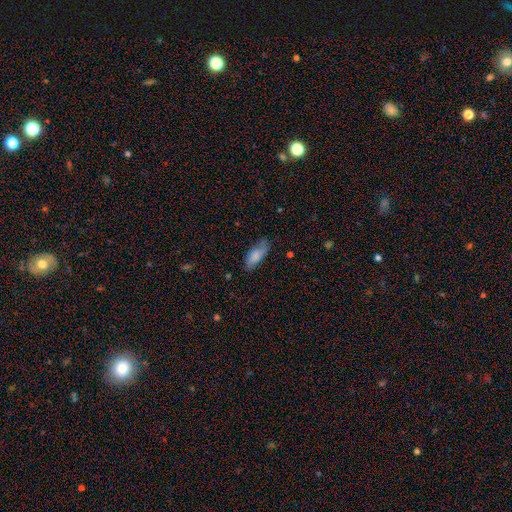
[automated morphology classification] smooth 81%, featured or disk 12%, star or artifact 7%. Down the decision tree: how rounded — in between (76%); merging — none (70%).